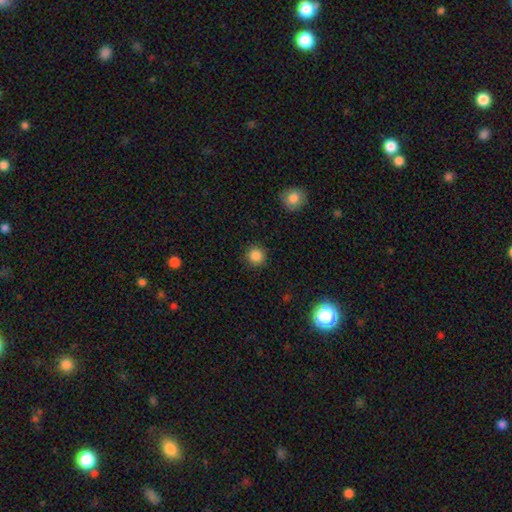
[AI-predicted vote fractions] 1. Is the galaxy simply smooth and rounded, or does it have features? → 86% smooth, 11% star or artifact, 3% featured or disk.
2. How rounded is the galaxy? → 95% round, 4% in between, 1% cigar-shaped.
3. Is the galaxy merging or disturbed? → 91% none, 6% minor disturbance, 2% major disturbance, 1% merger.